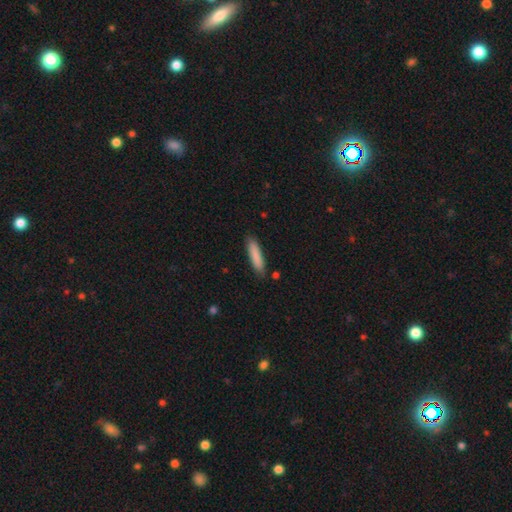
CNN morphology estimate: Smooth or featured? Predicted: smooth (p=0.86). How rounded? Predicted: cigar-shaped (p=0.79). Merging? Predicted: none (p=0.84).